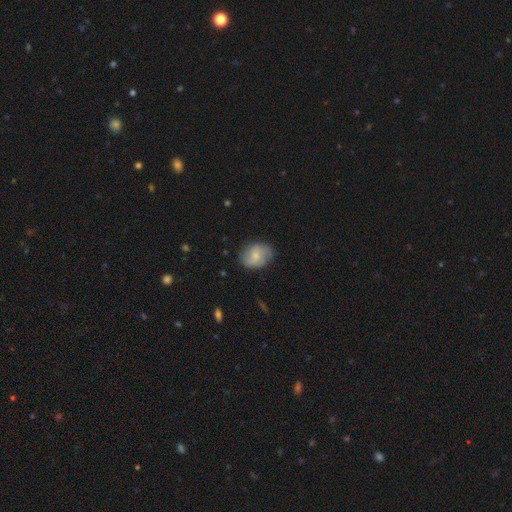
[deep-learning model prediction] Smooth or featured? Predicted: smooth (p=0.52). How rounded? Predicted: in between (p=0.55). Merging? Predicted: none (p=0.76).